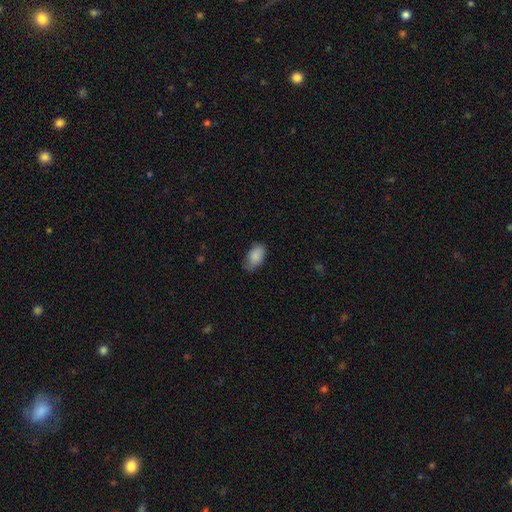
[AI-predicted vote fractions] Morphology: type=smooth (87%); roundness=in between (92%); merging=none (70%).